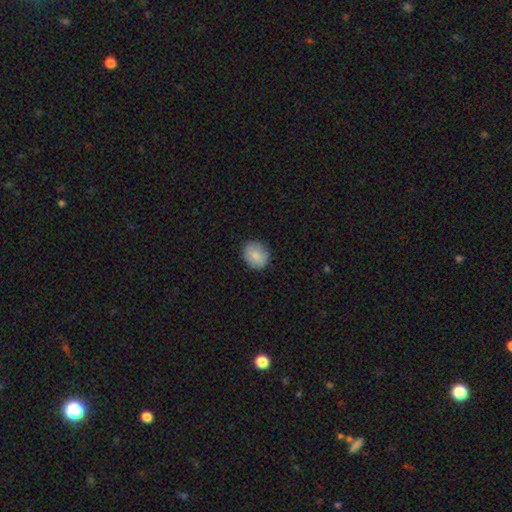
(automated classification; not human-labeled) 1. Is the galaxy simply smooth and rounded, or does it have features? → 85% smooth, 8% featured or disk, 7% star or artifact.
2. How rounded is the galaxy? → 70% round, 29% in between, 1% cigar-shaped.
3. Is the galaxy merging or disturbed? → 87% none, 10% minor disturbance, 2% major disturbance, 1% merger.